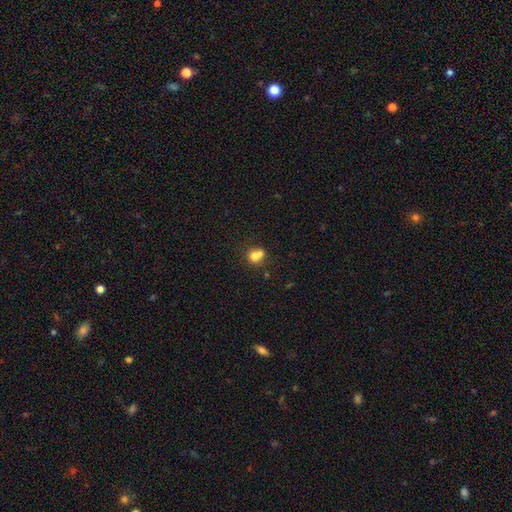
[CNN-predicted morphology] This is likely a smooth galaxy (70%). How rounded: likely round (72%). Merging: possibly merger (58%).